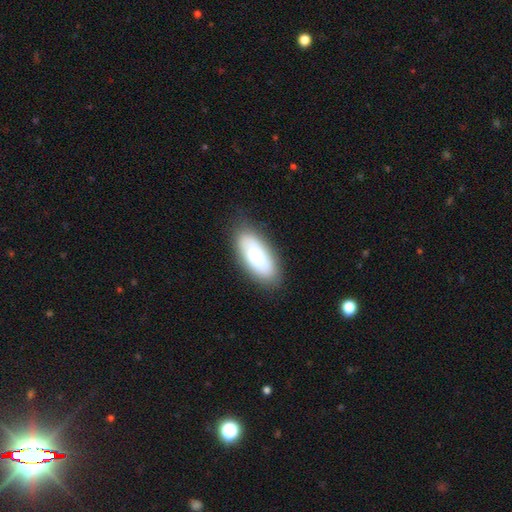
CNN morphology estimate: A smooth galaxy with no disk features (74%) that is in between round and cigar-shaped (85%). Merging: none (82%).